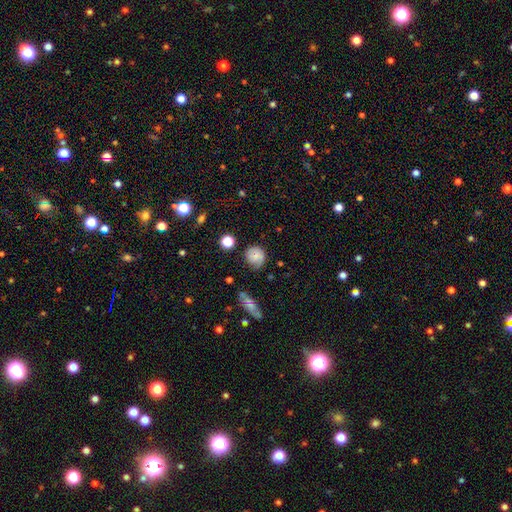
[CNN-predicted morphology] Overall: smooth (68%). How rounded: round (82%). Merging: none (66%).